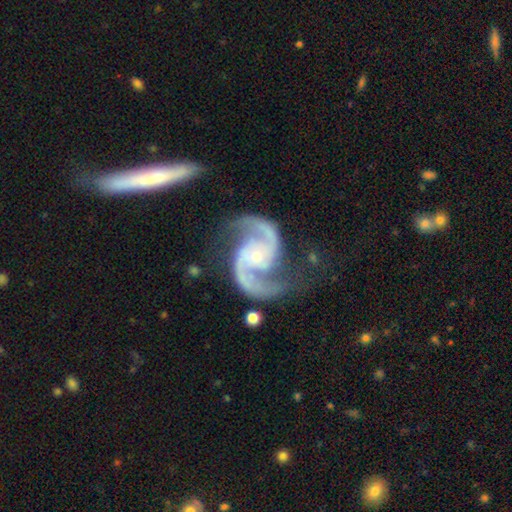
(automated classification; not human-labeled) Smooth or featured?
  - featured or disk: 94% *
  - star or artifact: 4%
  - smooth: 2%
Edge-on disk?
  - no: 98% *
  - yes: 2%
Bar?
  - no: 60% *
  - weak: 29%
  - strong: 11%
Spiral arms?
  - yes: 99% *
  - no: 1%
Spiral winding?
  - medium: 61% *
  - loose: 25%
  - tight: 13%
Spiral arm count?
  - 2: 94% *
  - 3: 1%
  - can't tell: 1%
  - 1: 1%
  - 4: 1%
  - more than 4: 1%
Bulge size?
  - small: 68% *
  - moderate: 26%
  - none: 3%
  - large: 2%
  - dominant: 1%
Merging?
  - none: 71% *
  - minor disturbance: 17%
  - major disturbance: 9%
  - merger: 4%